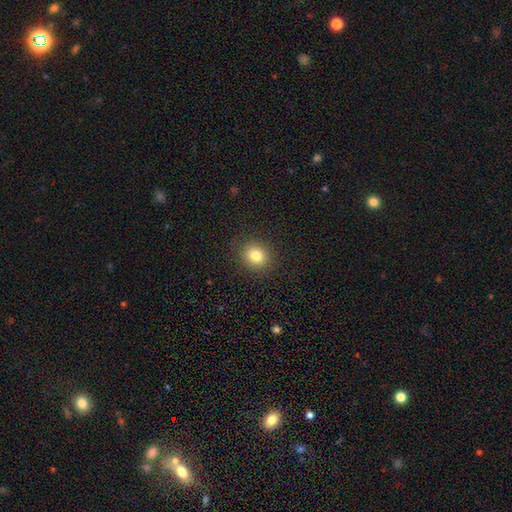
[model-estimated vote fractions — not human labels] This is clearly a smooth galaxy (81%). How rounded: likely round (74%). Merging: clearly none (89%).